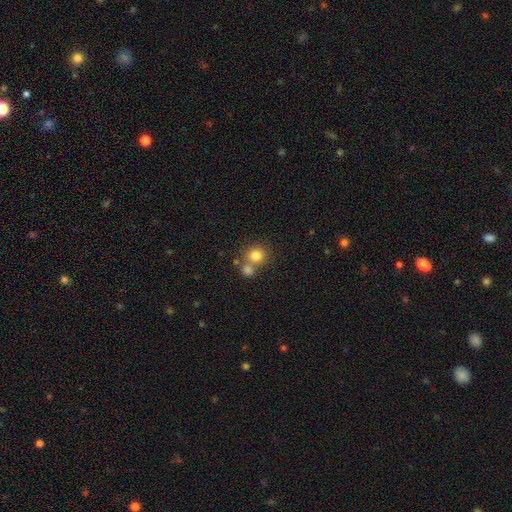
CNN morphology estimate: Overall: smooth (79%). How rounded: round (89%). Merging: none (57%; merger 33%).